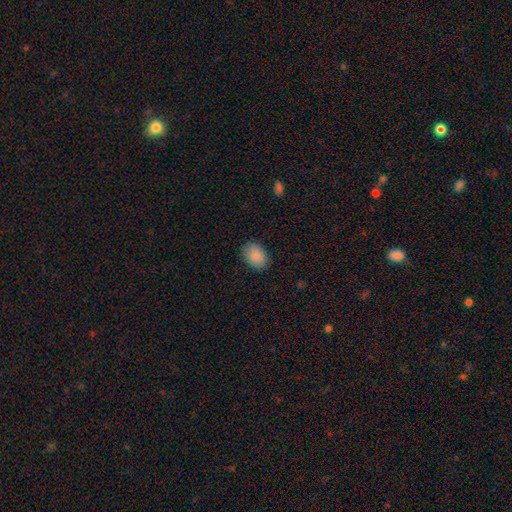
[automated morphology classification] smooth 88%, star or artifact 8%, featured or disk 4%. Down the decision tree: how rounded — in between (75%); merging — none (85%).